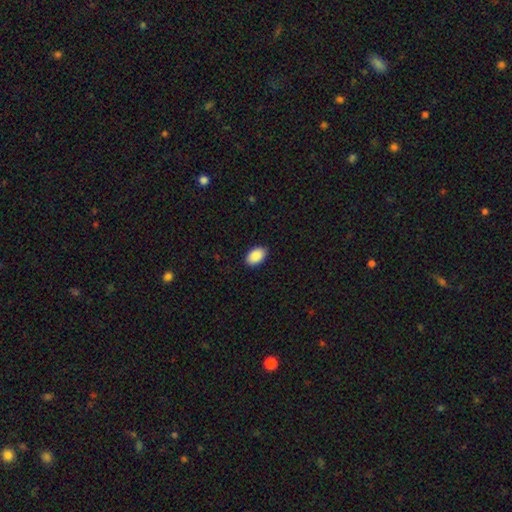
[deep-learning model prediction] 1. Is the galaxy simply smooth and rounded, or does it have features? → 90% smooth, 7% star or artifact, 3% featured or disk.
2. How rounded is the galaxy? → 91% in between, 8% round, 1% cigar-shaped.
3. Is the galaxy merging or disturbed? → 89% none, 8% minor disturbance, 2% major disturbance, 1% merger.